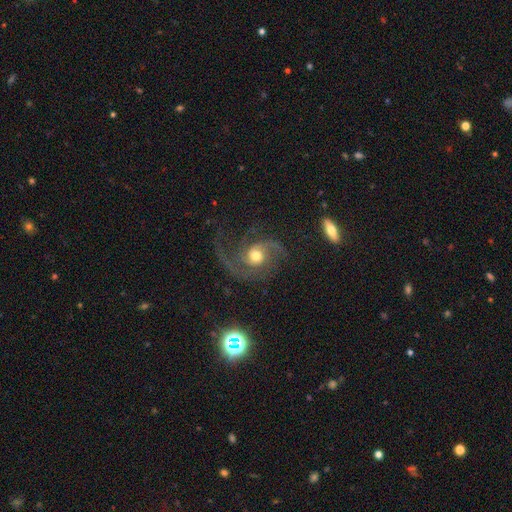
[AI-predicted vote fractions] This is clearly a featured or disk galaxy (85%). It is clearly not viewed edge-on (98%). Bar: likely no (73%). Spiral arm pattern: clearly yes (96%). Spiral arm count: possibly 2 (53%). Spiral winding: possibly medium (49%). Central bulge: likely moderate (68%). Merging: possibly none (56%).